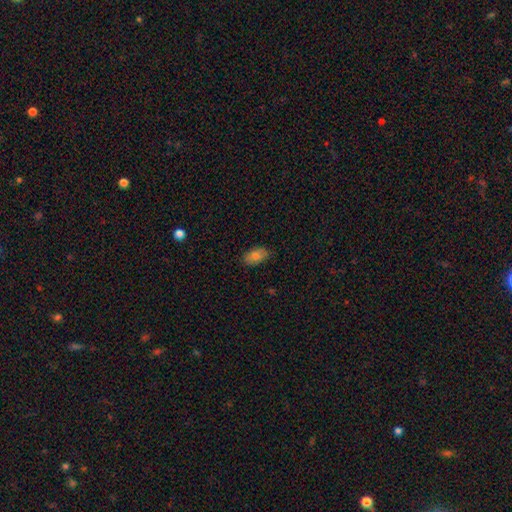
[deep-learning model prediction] Smooth or featured? Predicted: smooth (p=0.79). How rounded? Predicted: in between (p=0.91). Merging? Predicted: none (p=0.83).